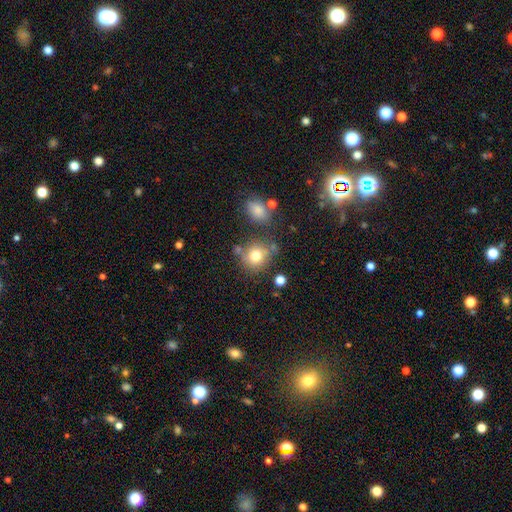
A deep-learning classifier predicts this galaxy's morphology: Smooth or featured?
  - smooth: 76% *
  - star or artifact: 12%
  - featured or disk: 12%
How rounded?
  - round: 81% *
  - in between: 18%
  - cigar-shaped: 1%
Merging?
  - none: 69% *
  - minor disturbance: 14%
  - merger: 12%
  - major disturbance: 5%